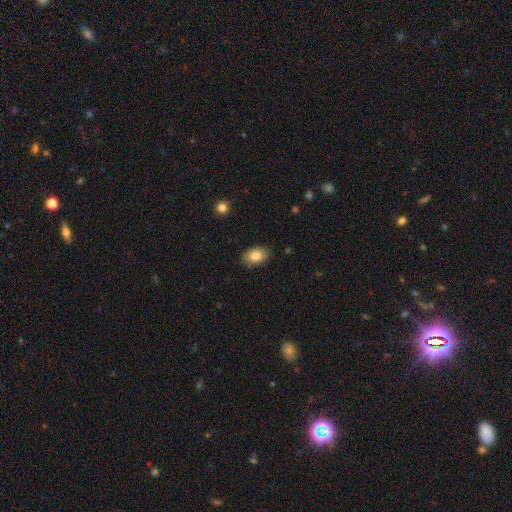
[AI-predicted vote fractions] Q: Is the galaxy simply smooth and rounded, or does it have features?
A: smooth — 83%.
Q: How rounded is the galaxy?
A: in between — 85%.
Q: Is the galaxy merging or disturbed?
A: none — 84%.